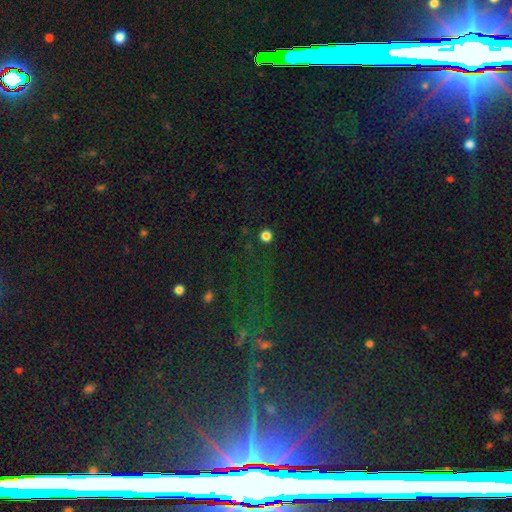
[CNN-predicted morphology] Smooth or featured? Predicted: star or artifact (p=0.80).